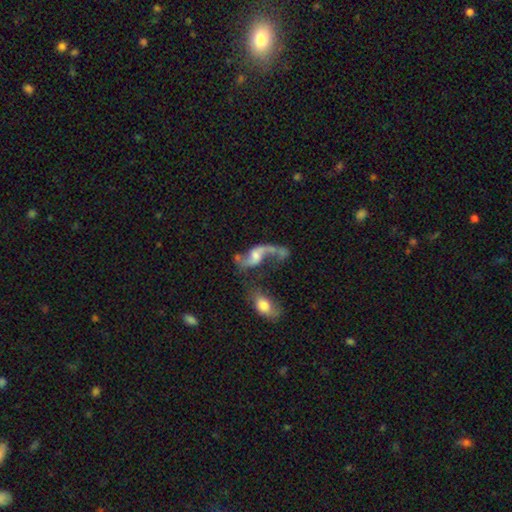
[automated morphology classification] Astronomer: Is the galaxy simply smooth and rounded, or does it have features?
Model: featured or disk — 80%.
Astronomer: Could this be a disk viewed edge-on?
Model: no — 95%.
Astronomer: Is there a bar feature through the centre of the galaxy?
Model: no — 50% (runner-up: weak, 39%).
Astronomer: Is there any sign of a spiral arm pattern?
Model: yes — 88%.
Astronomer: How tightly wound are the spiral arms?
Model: loose — 88%.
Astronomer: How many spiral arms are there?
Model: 2 — 84%.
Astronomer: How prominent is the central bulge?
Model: moderate — 38% (runner-up: small, 34%).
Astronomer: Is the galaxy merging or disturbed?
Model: merger — 36% (runner-up: none, 31%).